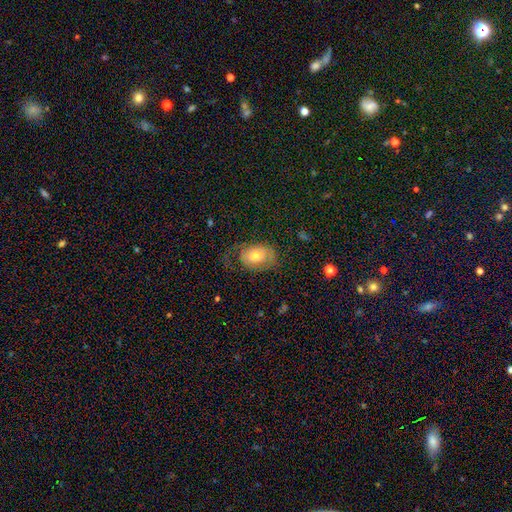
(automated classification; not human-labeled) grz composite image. It shows a smooth galaxy with no disk features (55%) that is in between round and cigar-shaped (81%). Merging: none (47%).